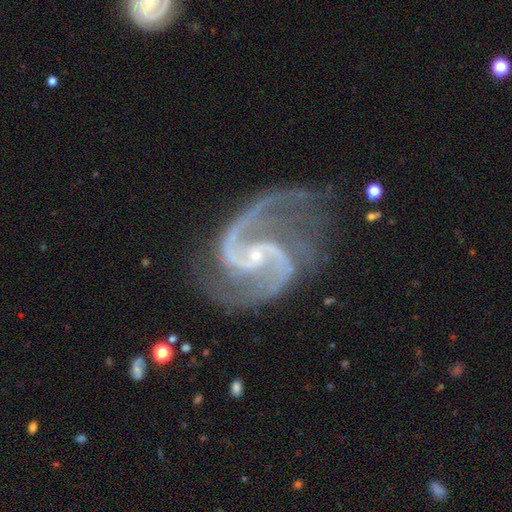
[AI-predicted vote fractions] Overall: featured or disk (94%). Edge-on disk: no (99%). Bar: no (44%; weak 39%). Spiral arms: yes (99%). Spiral arm count: 2 (91%). Spiral winding: medium (60%; loose 28%). Bulge size: small (85%). Merging: none (60%; minor disturbance 21%).